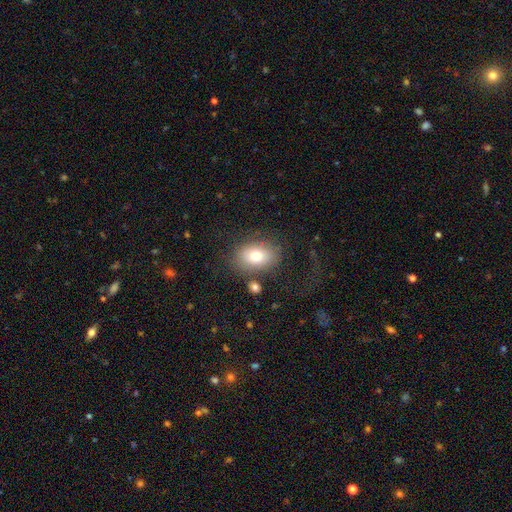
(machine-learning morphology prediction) The model was most divided on "how rounded": in between: 77%, round: 21%, cigar-shaped: 1%. More confident: smooth or featured — smooth (76%); merging — none (72%).